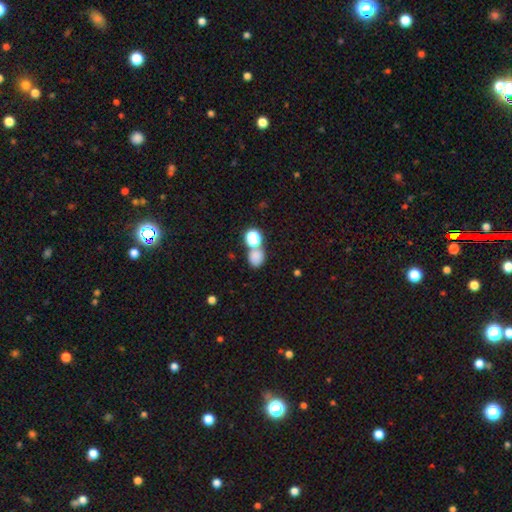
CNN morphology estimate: This appears to be a smooth galaxy with no disk features (77%) that is round (55%). Merging: none (48%).